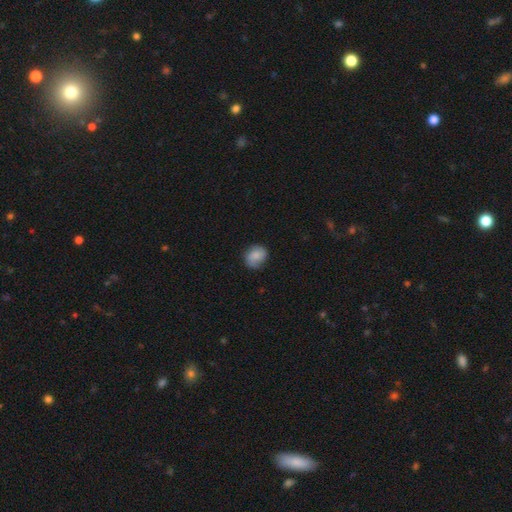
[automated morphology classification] This is likely a smooth galaxy (70%). How rounded: likely round (62%). Merging: likely none (76%).